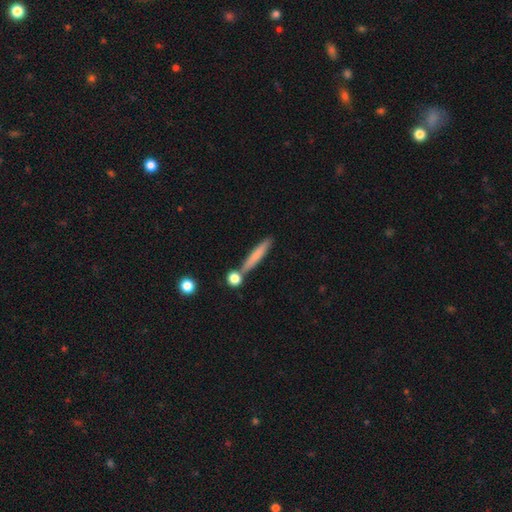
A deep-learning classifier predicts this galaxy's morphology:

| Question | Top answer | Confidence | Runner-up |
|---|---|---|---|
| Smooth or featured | smooth | 71% | featured or disk (23%) |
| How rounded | cigar-shaped | 91% | in between (7%) |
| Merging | none | 76% | merger (11%) |